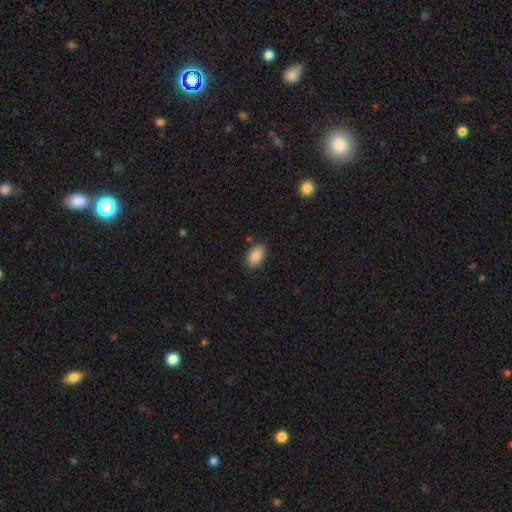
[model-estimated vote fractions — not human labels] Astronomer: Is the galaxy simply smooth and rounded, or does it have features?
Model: smooth — 86%.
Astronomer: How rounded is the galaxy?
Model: in between — 89%.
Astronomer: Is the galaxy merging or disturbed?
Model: none — 84%.